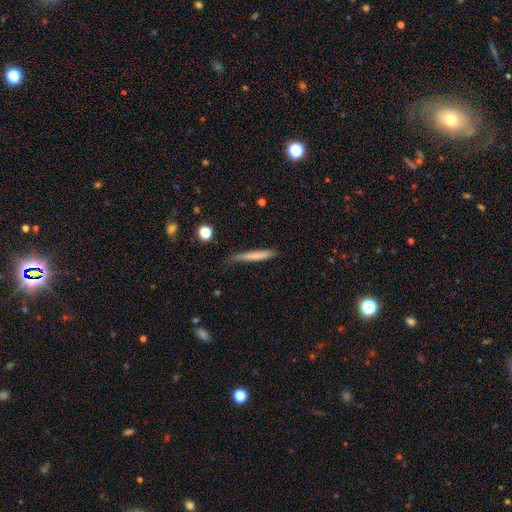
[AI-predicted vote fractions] smooth 72%, featured or disk 22%, star or artifact 7%. Down the decision tree: how rounded — cigar-shaped (95%); merging — none (69%).